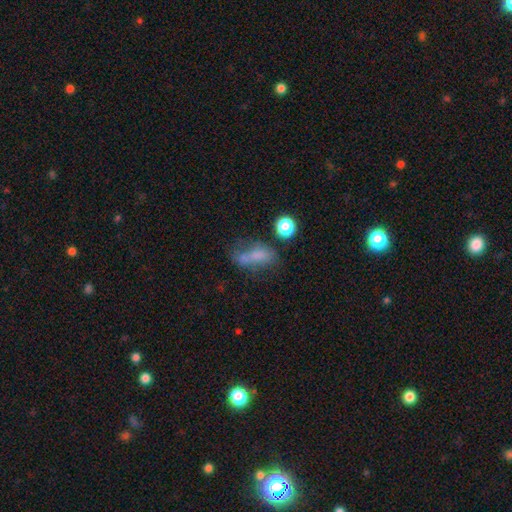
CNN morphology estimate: Q: Smooth or featured?
A: smooth (61%); runner-up: featured or disk (23%)
Q: How rounded?
A: in between (70%); runner-up: cigar-shaped (18%)
Q: Merging?
A: none (35%); runner-up: merger (24%)